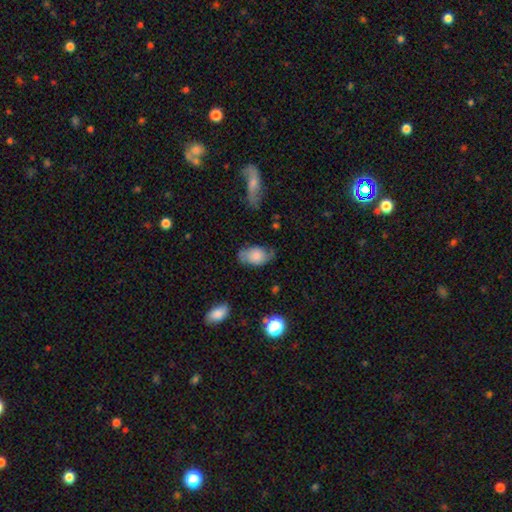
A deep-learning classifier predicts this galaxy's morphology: This is likely a smooth galaxy (68%). How rounded: clearly in between (91%). Merging: possibly none (55%).